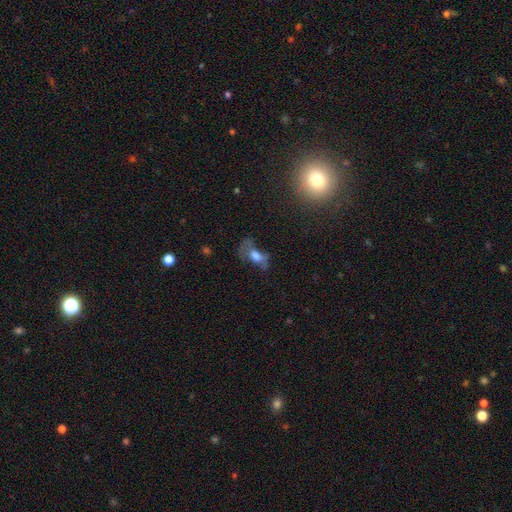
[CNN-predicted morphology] Smooth or featured? smooth (48%)
Merging? major disturbance (45%)